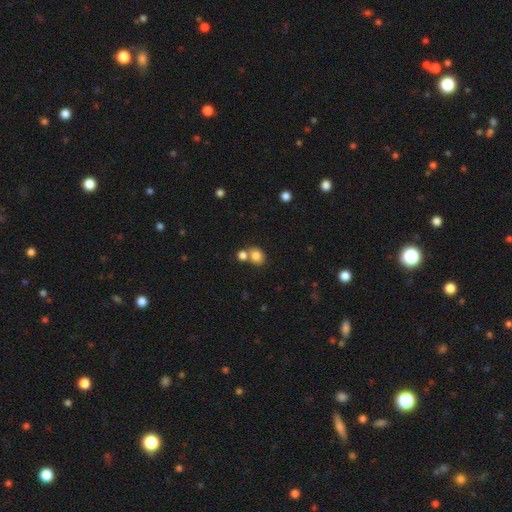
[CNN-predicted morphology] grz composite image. It shows a smooth galaxy with no disk features (82%) that is round (63%). Merging: none (50%).